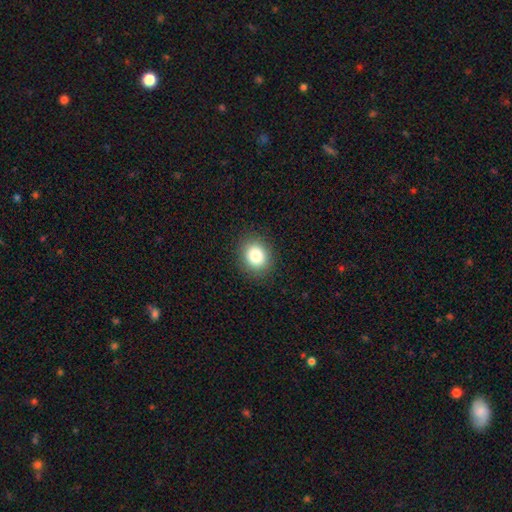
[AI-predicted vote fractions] Smooth or featured: smooth — 82% (star or artifact — 11%)
How rounded: round — 67% (in between — 32%)
Merging: none — 89% (minor disturbance — 7%)